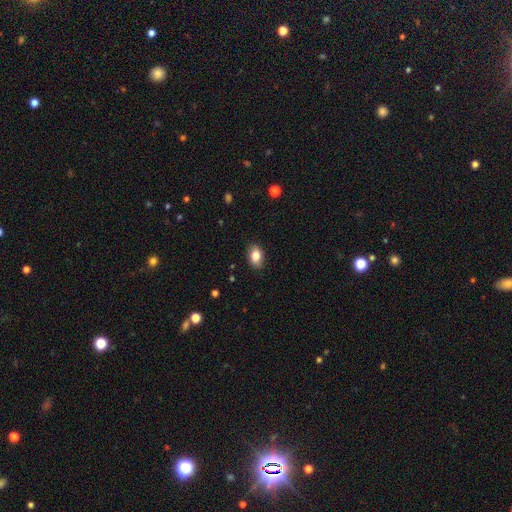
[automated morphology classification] type=smooth (84%); roundness=in between (85%); merging=none (87%).